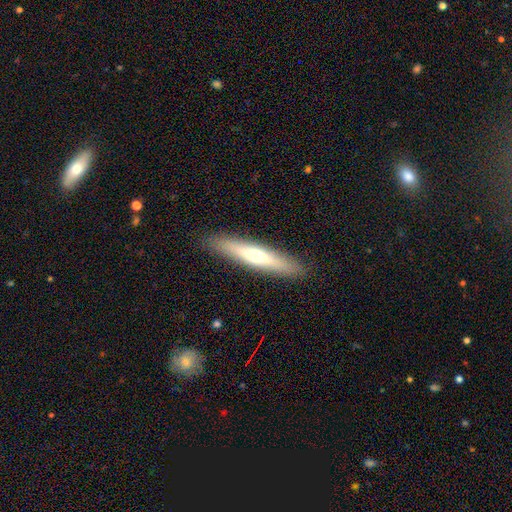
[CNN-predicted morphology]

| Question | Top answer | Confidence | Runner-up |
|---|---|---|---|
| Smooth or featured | smooth | 51% | featured or disk (43%) |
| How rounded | cigar-shaped | 88% | in between (10%) |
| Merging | none | 90% | minor disturbance (7%) |